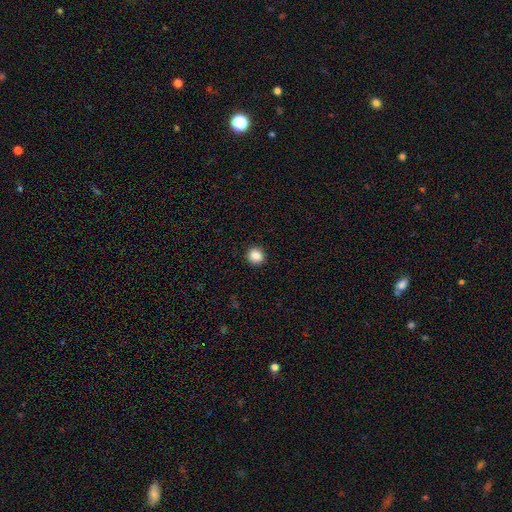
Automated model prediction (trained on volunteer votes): Smooth or featured?
  - smooth: 88% *
  - star or artifact: 10%
  - featured or disk: 3%
How rounded?
  - round: 90% *
  - in between: 9%
  - cigar-shaped: 1%
Merging?
  - none: 92% *
  - minor disturbance: 5%
  - major disturbance: 2%
  - merger: 1%